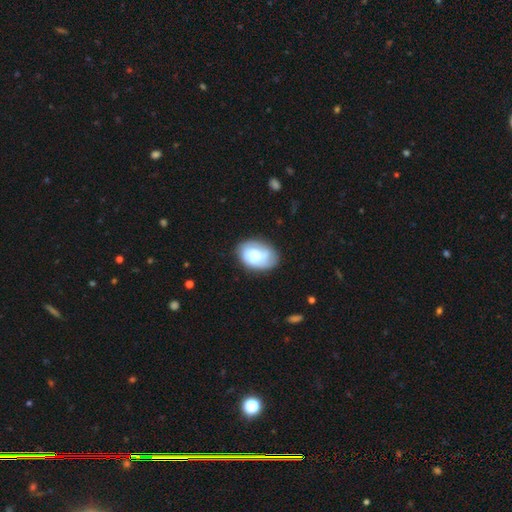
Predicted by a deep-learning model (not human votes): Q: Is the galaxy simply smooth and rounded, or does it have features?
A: smooth — 50%.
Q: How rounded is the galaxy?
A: in between — 77%.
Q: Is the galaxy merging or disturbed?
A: none — 72%.